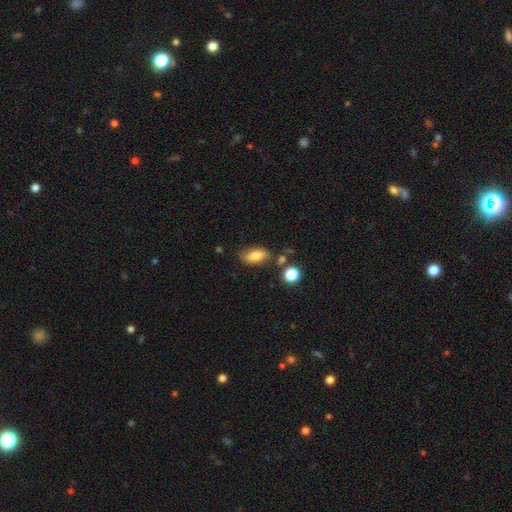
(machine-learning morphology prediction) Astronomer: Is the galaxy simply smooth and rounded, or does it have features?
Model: smooth — 78%.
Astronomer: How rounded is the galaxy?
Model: in between — 83%.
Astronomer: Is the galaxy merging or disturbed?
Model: none — 71%.